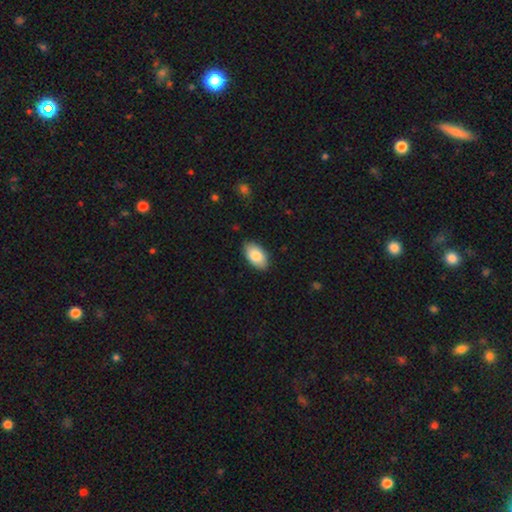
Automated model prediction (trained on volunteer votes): A smooth galaxy with no disk features (86%) that is in between round and cigar-shaped (95%).

Vote fractions:
- Smooth or featured? smooth: 86% / featured or disk: 9% / star or artifact: 6%
- How rounded? in between: 95% / round: 4% / cigar-shaped: 2%
- Merging? none: 86% / minor disturbance: 11% / major disturbance: 2% / merger: 1%